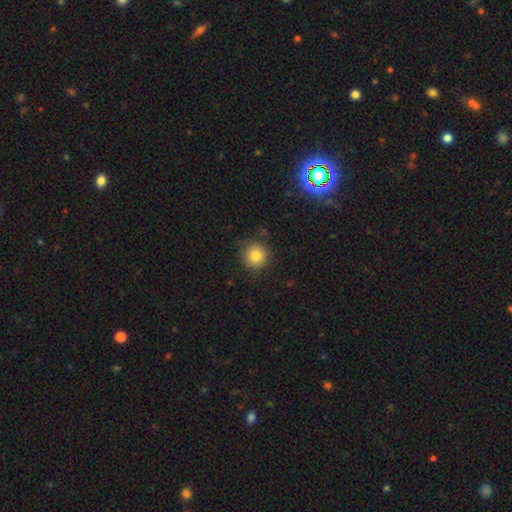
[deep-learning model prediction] smooth_or_featured: smooth (p=0.83) [alt: star or artifact p=0.11]
how_rounded: round (p=0.94) [alt: in between p=0.05]
merging: none (p=0.87) [alt: minor disturbance p=0.09]